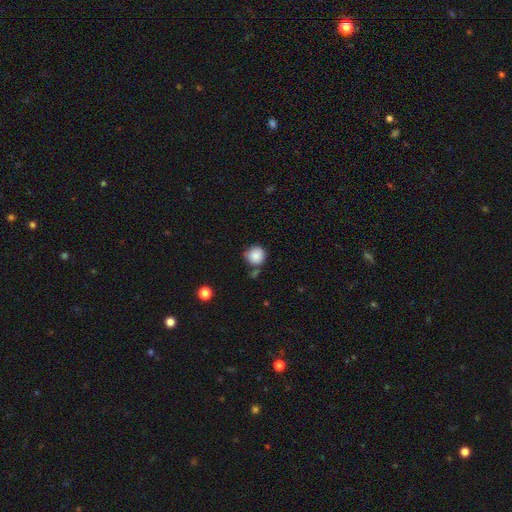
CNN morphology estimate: Overall: smooth (88%). How rounded: round (93%). Merging: none (71%).